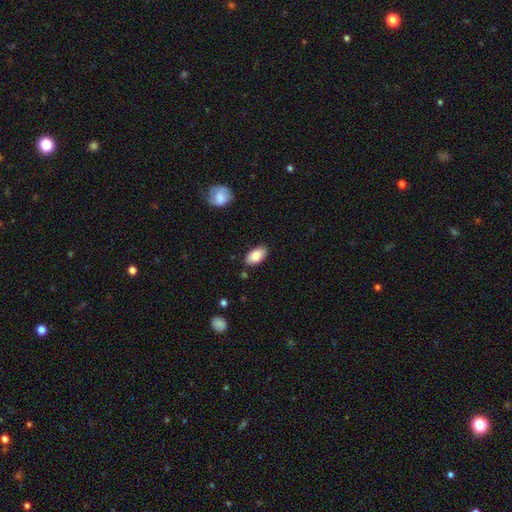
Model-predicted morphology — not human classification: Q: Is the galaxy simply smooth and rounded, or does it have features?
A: smooth — 85%.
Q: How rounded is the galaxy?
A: in between — 94%.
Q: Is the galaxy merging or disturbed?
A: none — 85%.